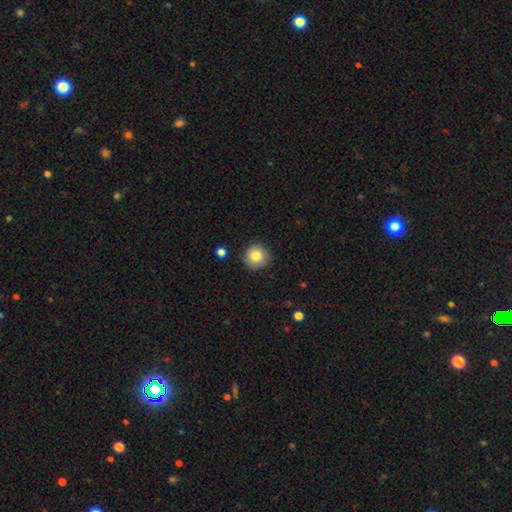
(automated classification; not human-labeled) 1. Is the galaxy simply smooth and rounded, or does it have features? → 83% smooth, 9% star or artifact, 7% featured or disk.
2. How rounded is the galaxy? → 94% round, 5% in between, 1% cigar-shaped.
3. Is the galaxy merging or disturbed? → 87% none, 9% minor disturbance, 2% major disturbance, 2% merger.